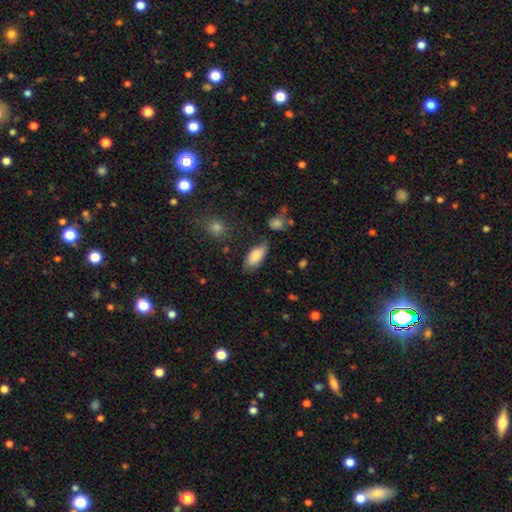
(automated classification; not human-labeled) Morphology: type=smooth (81%); roundness=in between (91%); merging=none (59%).